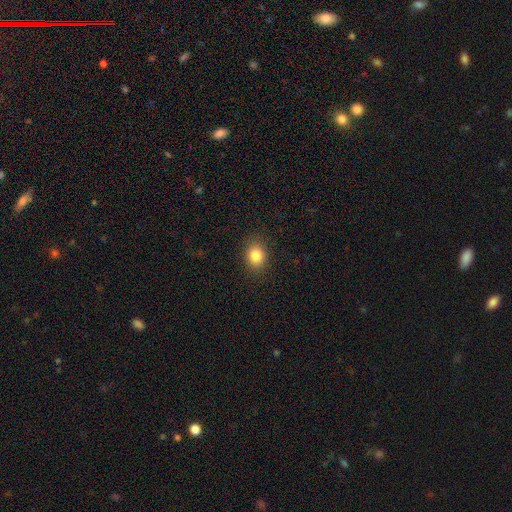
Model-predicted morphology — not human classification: This appears to be a smooth galaxy with no disk features (84%) that is round (51%). Merging: none (89%).